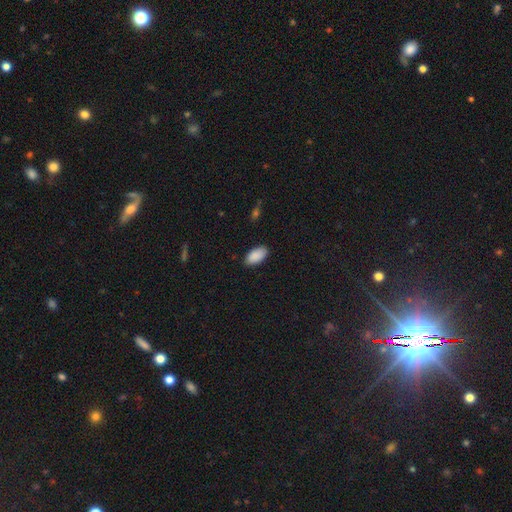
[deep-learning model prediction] smooth-or-featured: smooth: 90% | star or artifact: 7% | featured or disk: 3%
  how-rounded: in between: 95% | cigar-shaped: 3% | round: 2%
  merging: none: 87% | minor disturbance: 10% | major disturbance: 2% | merger: 1%